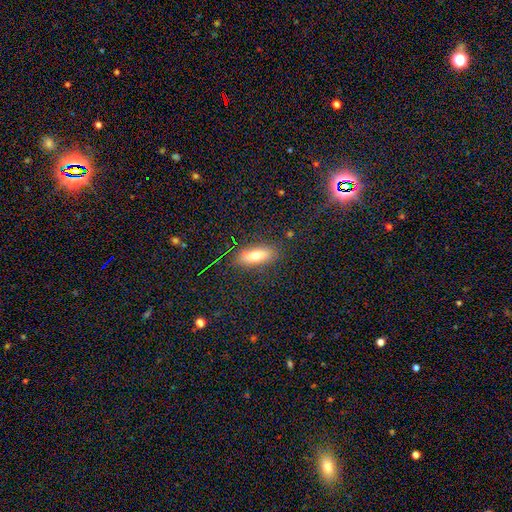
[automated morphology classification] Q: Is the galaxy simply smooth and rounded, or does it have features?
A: smooth — 68%.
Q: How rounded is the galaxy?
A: in between — 67%.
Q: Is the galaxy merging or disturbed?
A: none — 83%.